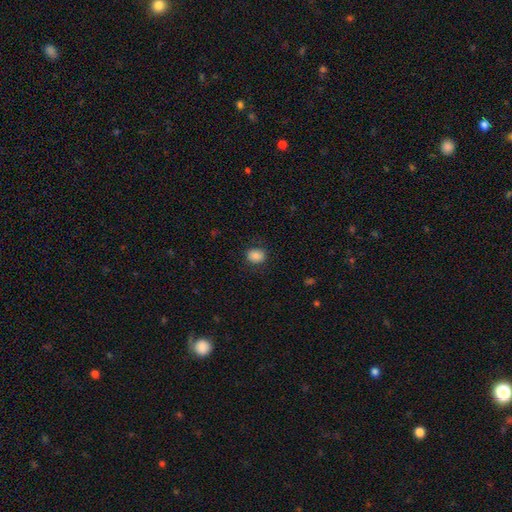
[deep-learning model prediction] smooth 85%, star or artifact 9%, featured or disk 6%. Down the decision tree: how rounded — round (57%); merging — none (83%).